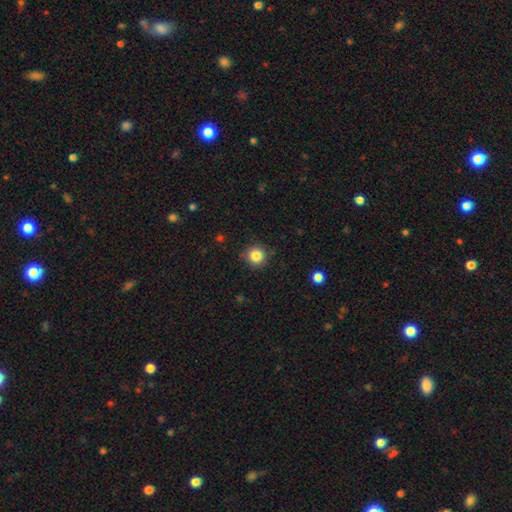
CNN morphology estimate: Overall: smooth (85%). How rounded: round (94%). Merging: none (88%).